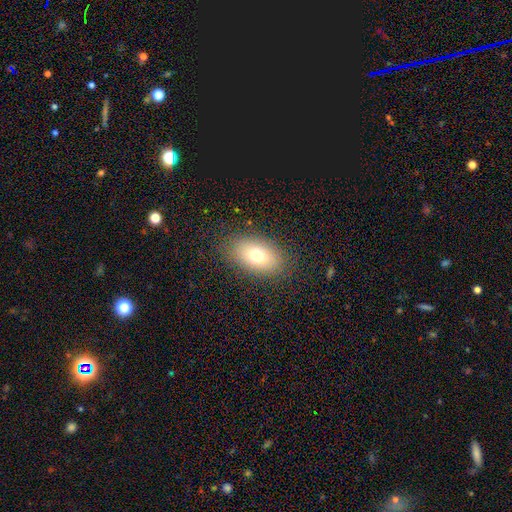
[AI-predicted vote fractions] Smooth or featured? Predicted: smooth (p=0.74). How rounded? Predicted: in between (p=0.87). Merging? Predicted: none (p=0.85).